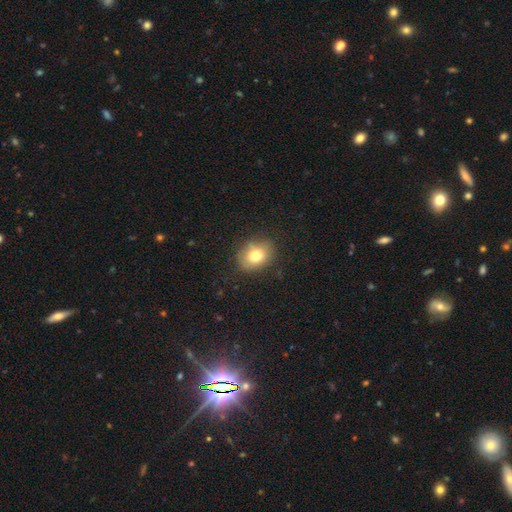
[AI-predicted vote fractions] A smooth galaxy with no disk features (76%) that is round (51%).

Vote fractions:
- Smooth or featured? smooth: 76% / featured or disk: 13% / star or artifact: 11%
- How rounded? round: 51% / in between: 48% / cigar-shaped: 1%
- Merging? none: 79% / minor disturbance: 15% / major disturbance: 4% / merger: 2%